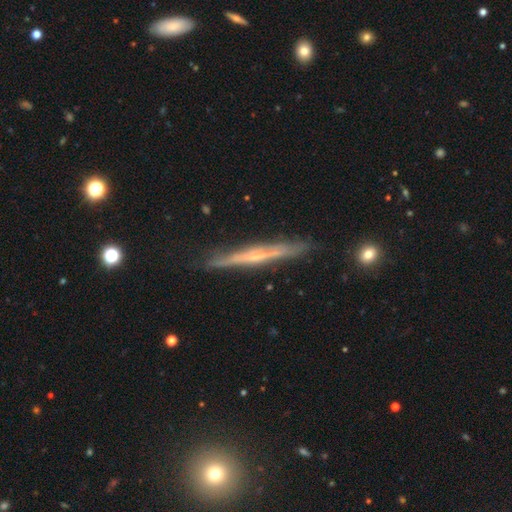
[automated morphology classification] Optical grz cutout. It shows a featured or disk galaxy (68%) viewed edge-on (96%) with no central bulge (60%). Merging: none (84%).